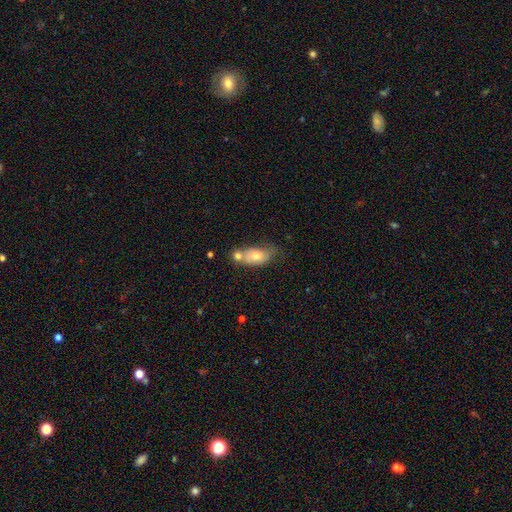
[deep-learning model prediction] Smooth or featured: smooth — 62% (featured or disk — 29%)
How rounded: in between — 81% (round — 11%)
Merging: merger — 39% (none — 35%)